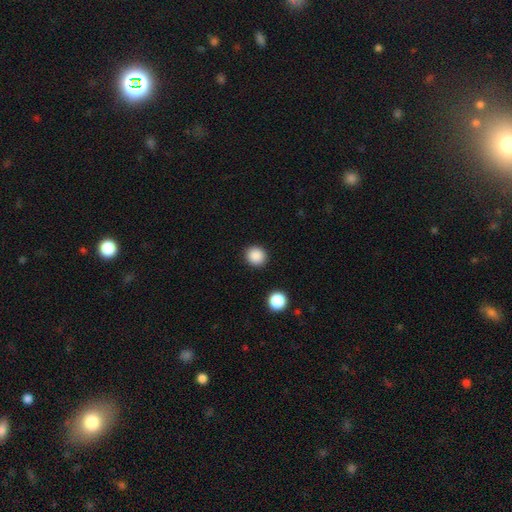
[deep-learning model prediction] A smooth galaxy with no disk features (88%) that is round (88%).

Vote fractions:
- Smooth or featured? smooth: 88% / star or artifact: 9% / featured or disk: 3%
- How rounded? round: 88% / in between: 12% / cigar-shaped: 1%
- Merging? none: 91% / minor disturbance: 6% / major disturbance: 2% / merger: 2%